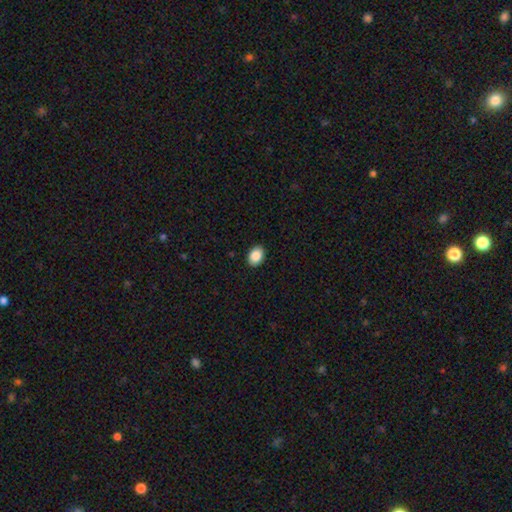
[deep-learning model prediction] The model was most divided on "how rounded": in between: 77%, round: 22%, cigar-shaped: 1%. More confident: merging — none (90%); smooth or featured — smooth (89%).